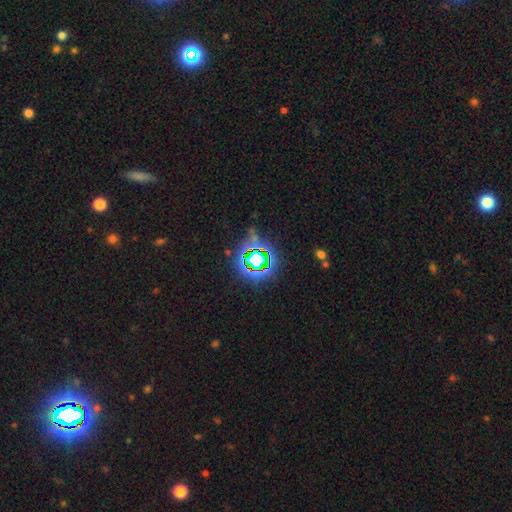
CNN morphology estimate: Q: Smooth or featured?
A: star or artifact (74%); runner-up: smooth (16%)